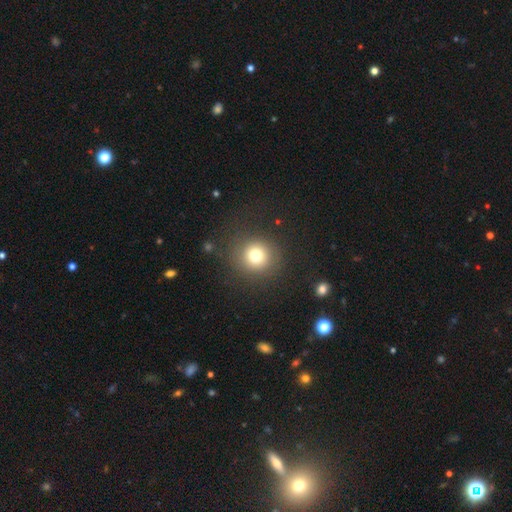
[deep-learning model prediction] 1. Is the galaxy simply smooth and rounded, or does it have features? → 76% smooth, 14% star or artifact, 10% featured or disk.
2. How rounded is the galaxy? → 91% round, 8% in between, 1% cigar-shaped.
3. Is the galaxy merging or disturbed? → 85% none, 8% minor disturbance, 5% major disturbance, 1% merger.